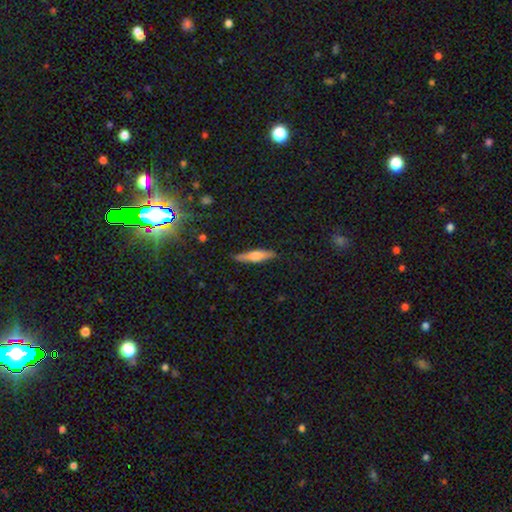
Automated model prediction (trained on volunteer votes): smooth_or_featured: smooth (p=0.58) [alt: featured or disk p=0.35]
how_rounded: cigar-shaped (p=0.81) [alt: in between p=0.17]
merging: none (p=0.86) [alt: minor disturbance p=0.11]